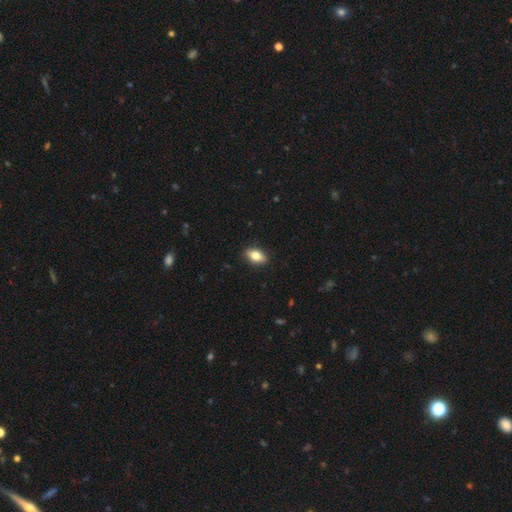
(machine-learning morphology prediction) smooth 76%, featured or disk 16%, star or artifact 8%. Down the decision tree: how rounded — in between (85%); merging — none (88%).